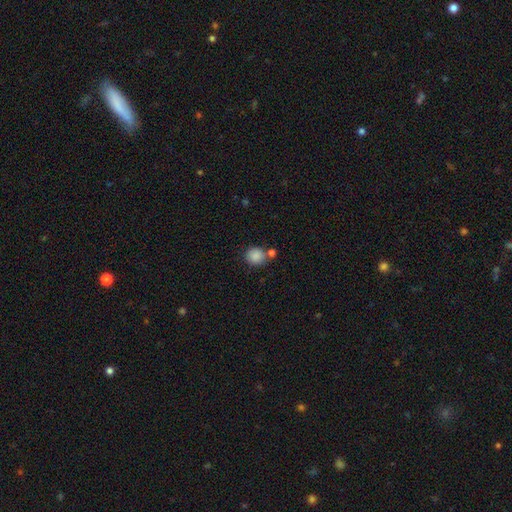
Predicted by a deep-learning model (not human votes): smooth-or-featured: smooth: 87% | star or artifact: 9% | featured or disk: 4%
  how-rounded: round: 84% | in between: 15% | cigar-shaped: 1%
  merging: none: 66% | merger: 19% | minor disturbance: 12% | major disturbance: 4%